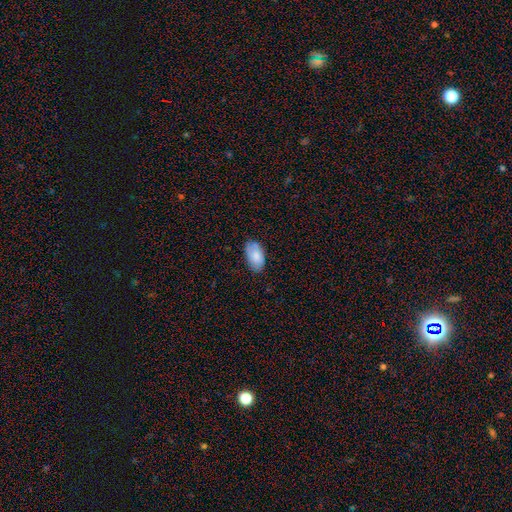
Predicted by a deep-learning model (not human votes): A smooth galaxy with no disk features (81%) that is in between round and cigar-shaped (95%). Merging: none (74%).